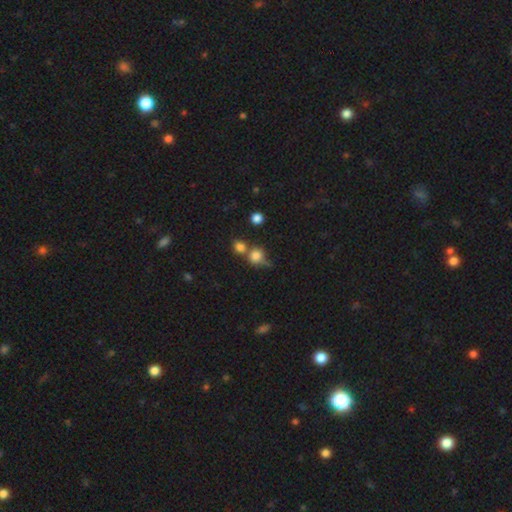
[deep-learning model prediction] Q: Smooth or featured?
A: smooth (80%); runner-up: star or artifact (12%)
Q: How rounded?
A: round (83%); runner-up: in between (16%)
Q: Merging?
A: none (43%); runner-up: merger (36%)